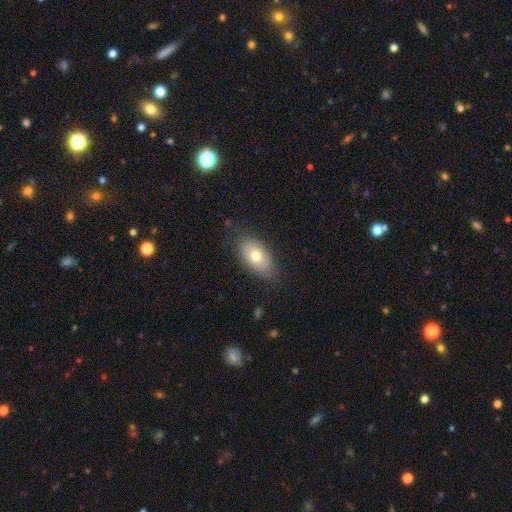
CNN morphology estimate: This appears to be a smooth galaxy with no disk features (73%) that is in between round and cigar-shaped (91%). Merging: none (79%).